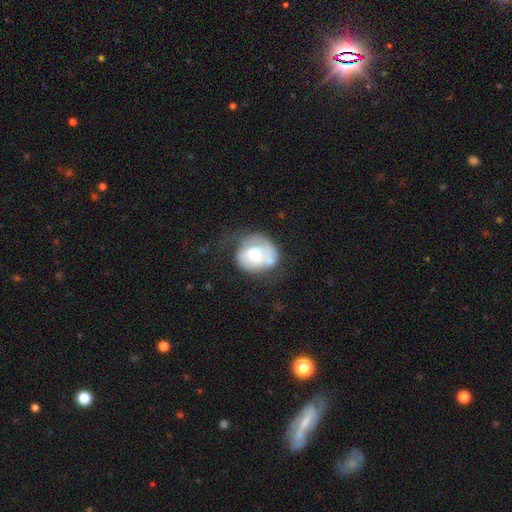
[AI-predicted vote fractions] The model was most divided on "smooth or featured": smooth: 48%, featured or disk: 44%, star or artifact: 7%. Remaining: merging — none (32%).